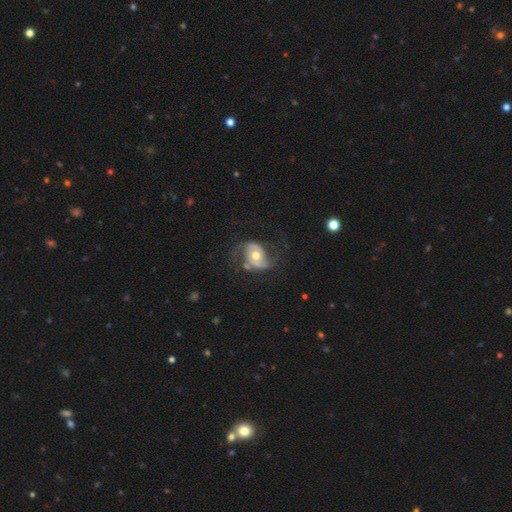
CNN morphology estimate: Overall: featured or disk (78%). Edge-on disk: no (97%). Bar: no (63%; weak 27%). Spiral arms: yes (89%). Spiral arm count: 2 (84%). Spiral winding: medium (43%; loose 37%). Bulge size: moderate (74%). Merging: none (57%; minor disturbance 22%).